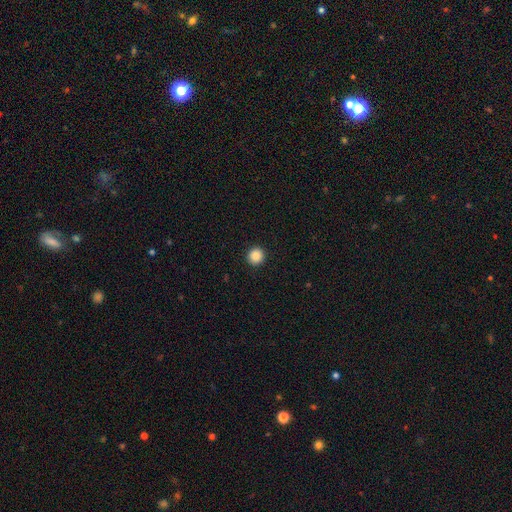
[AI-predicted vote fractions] A smooth galaxy with no disk features (87%) that is round (94%). Merging: none (93%).